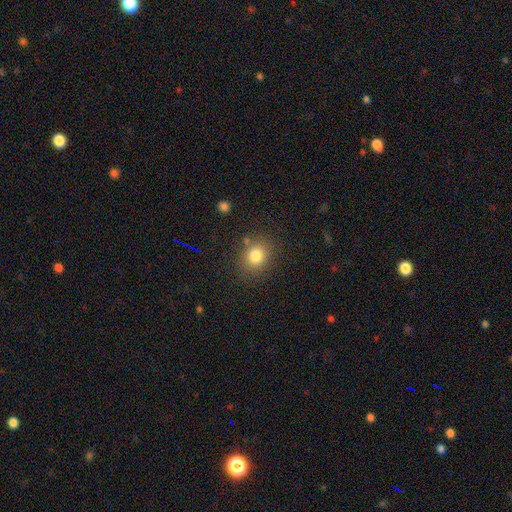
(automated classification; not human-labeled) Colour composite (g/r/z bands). It shows a smooth galaxy with no disk features (80%) that is round (69%). Merging: none (80%).